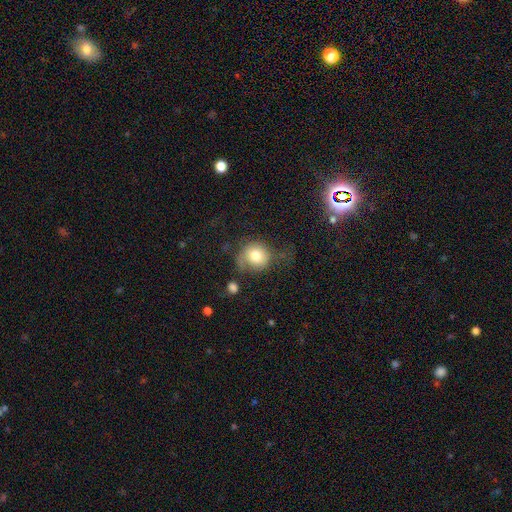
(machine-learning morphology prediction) smooth 75%, featured or disk 15%, star or artifact 10%. Down the decision tree: how rounded — round (82%); merging — none (44%).